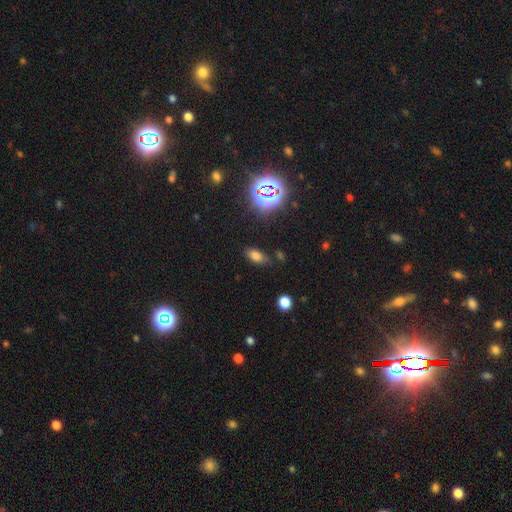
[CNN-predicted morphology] Smooth or featured? smooth (69%)
How rounded? in between (88%)
Merging? none (78%)